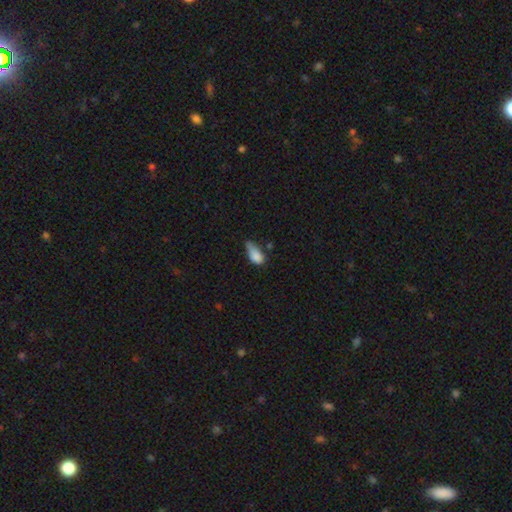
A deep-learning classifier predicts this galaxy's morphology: smooth-or-featured: smooth: 82% | featured or disk: 9% | star or artifact: 9%
  how-rounded: in between: 86% | cigar-shaped: 8% | round: 6%
  merging: minor disturbance: 47% | none: 25% | major disturbance: 21% | merger: 7%